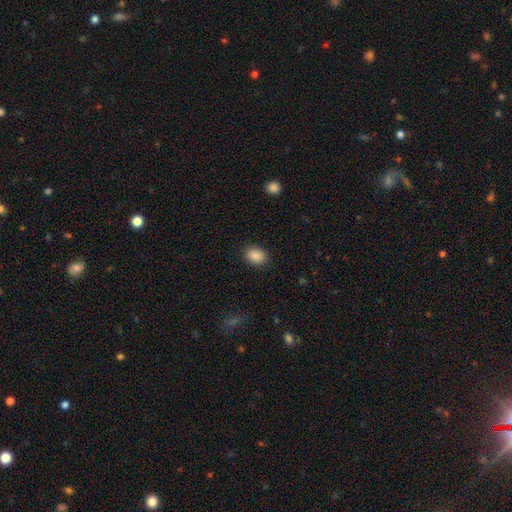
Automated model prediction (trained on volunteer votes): smooth_or_featured: smooth (p=0.88) [alt: star or artifact p=0.08]
how_rounded: in between (p=0.60) [alt: round p=0.39]
merging: none (p=0.88) [alt: minor disturbance p=0.08]